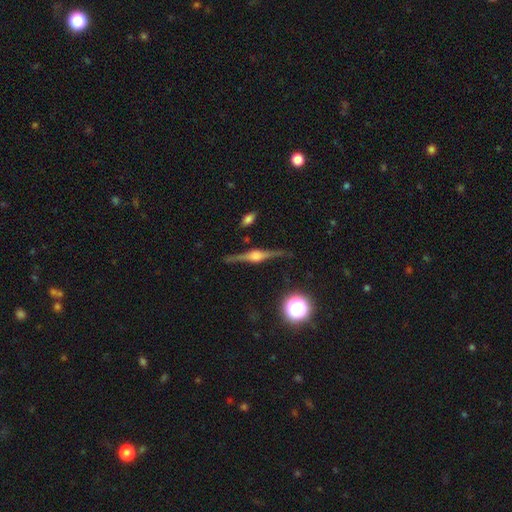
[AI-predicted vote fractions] Morphology: type=featured or disk (85%); edge-on=yes (98%); edge-on bulge=rounded (84%); merging=none (87%).